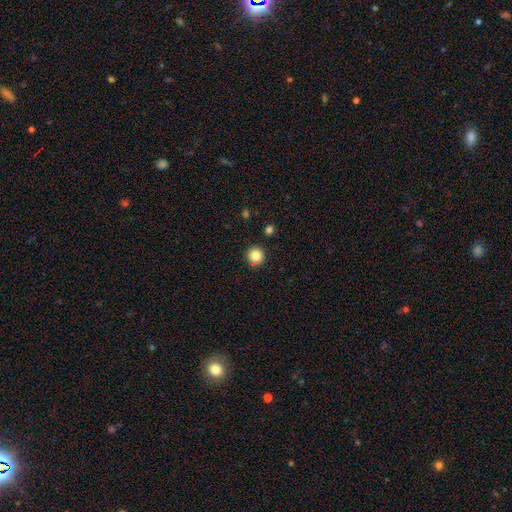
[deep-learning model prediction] smooth_or_featured: smooth (p=0.83) [alt: star or artifact p=0.11]
how_rounded: round (p=0.94) [alt: in between p=0.05]
merging: none (p=0.86) [alt: minor disturbance p=0.09]